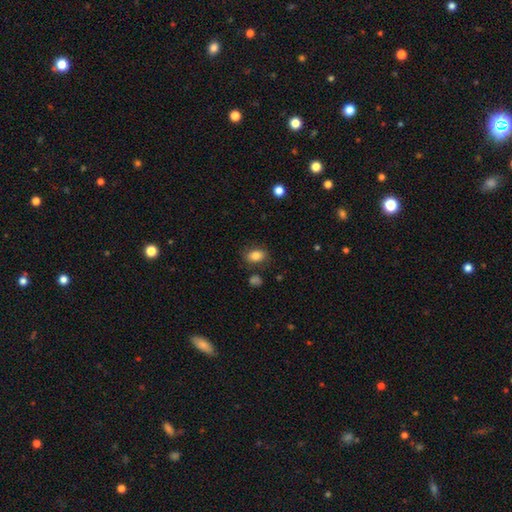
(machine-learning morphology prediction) Smooth or featured: smooth — 82% (star or artifact — 9%)
How rounded: in between — 76% (round — 22%)
Merging: none — 78% (minor disturbance — 14%)